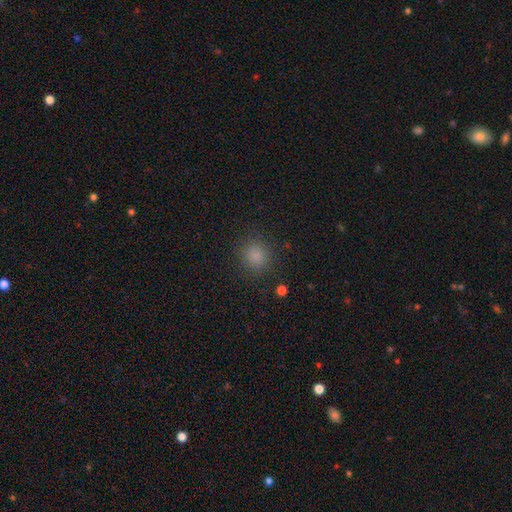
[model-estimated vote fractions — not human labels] smooth_or_featured: smooth (p=0.83) [alt: star or artifact p=0.13]
how_rounded: round (p=0.89) [alt: in between p=0.10]
merging: none (p=0.88) [alt: minor disturbance p=0.07]